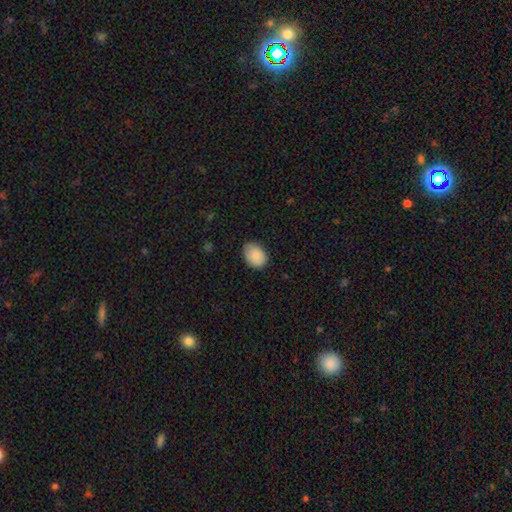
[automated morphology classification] This is clearly a smooth galaxy (88%). How rounded: likely in between (76%). Merging: clearly none (83%).